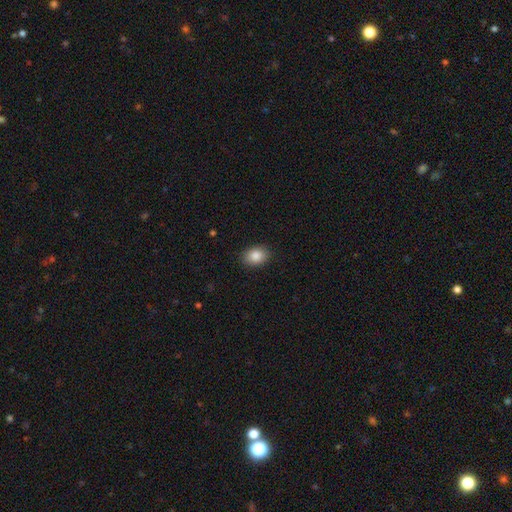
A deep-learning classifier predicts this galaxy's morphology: type=smooth (87%); roundness=in between (72%); merging=none (88%).